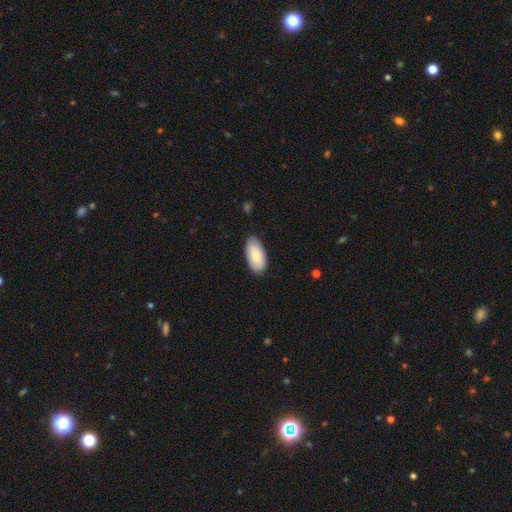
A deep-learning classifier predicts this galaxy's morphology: smooth_or_featured: smooth (p=0.85) [alt: featured or disk p=0.10]
how_rounded: in between (p=0.95) [alt: cigar-shaped p=0.03]
merging: none (p=0.85) [alt: minor disturbance p=0.12]